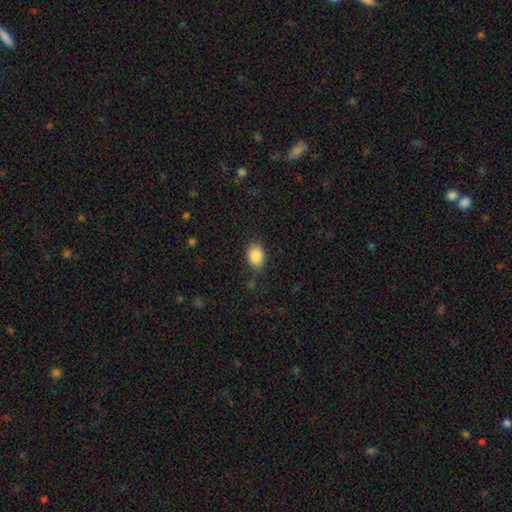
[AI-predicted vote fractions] This is clearly a smooth galaxy (88%). How rounded: likely in between (72%). Merging: clearly none (84%).